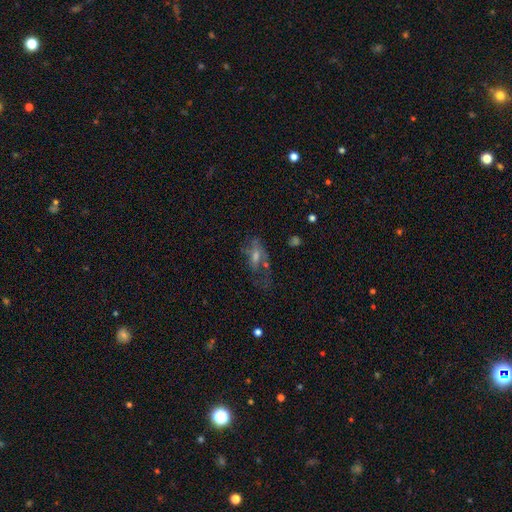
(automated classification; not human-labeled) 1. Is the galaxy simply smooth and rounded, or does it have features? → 53% featured or disk, 29% smooth, 18% star or artifact.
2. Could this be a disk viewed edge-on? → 88% no, 12% yes.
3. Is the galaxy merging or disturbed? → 39% none, 36% major disturbance, 20% minor disturbance, 5% merger.